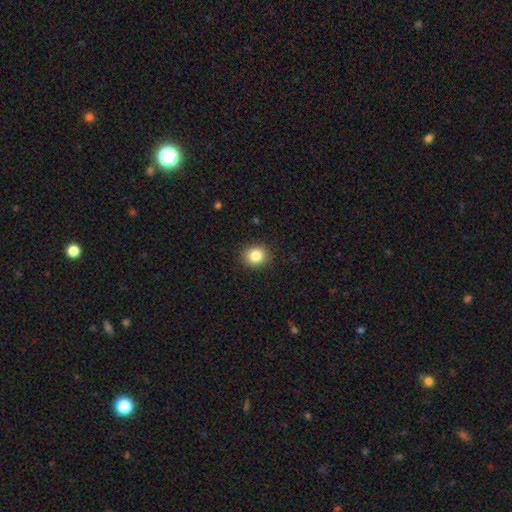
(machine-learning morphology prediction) type=smooth (84%); roundness=round (81%); merging=none (90%).